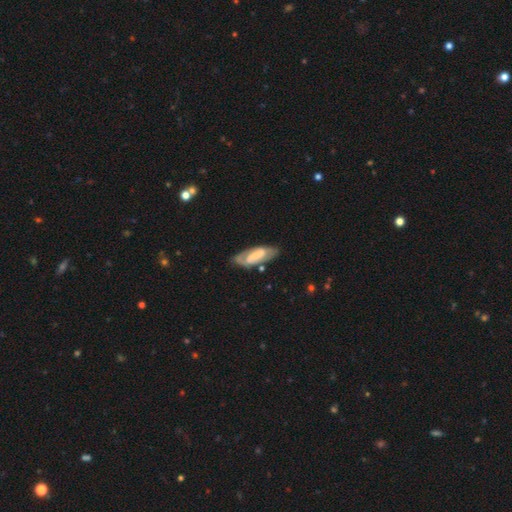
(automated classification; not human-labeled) Morphology: type=featured or disk (61%); edge-on=no (87%); bar=strong (39%); spiral arms=yes (72%); bulge=small (34%); merging=none (66%).